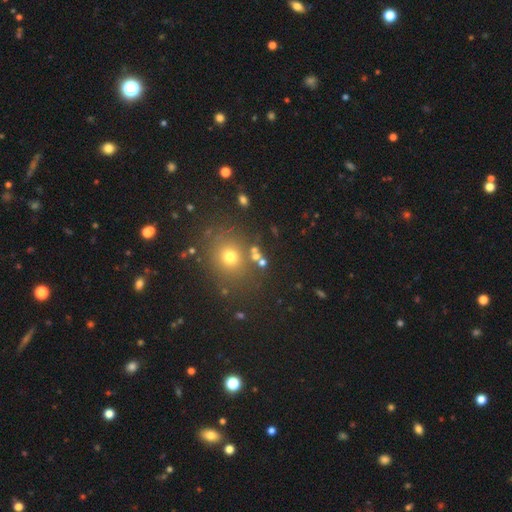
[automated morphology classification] Smooth or featured?
  - smooth: 66% *
  - star or artifact: 23%
  - featured or disk: 11%
How rounded?
  - round: 76% *
  - in between: 23%
  - cigar-shaped: 1%
Merging?
  - none: 75% *
  - minor disturbance: 10%
  - merger: 9%
  - major disturbance: 5%